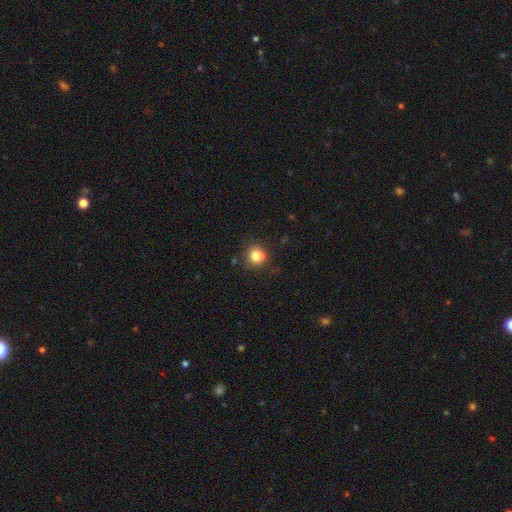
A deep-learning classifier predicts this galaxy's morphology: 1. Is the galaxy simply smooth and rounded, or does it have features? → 73% smooth, 15% featured or disk, 12% star or artifact.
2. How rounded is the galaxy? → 81% round, 18% in between, 1% cigar-shaped.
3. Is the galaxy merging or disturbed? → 49% none, 36% merger, 11% minor disturbance, 4% major disturbance.